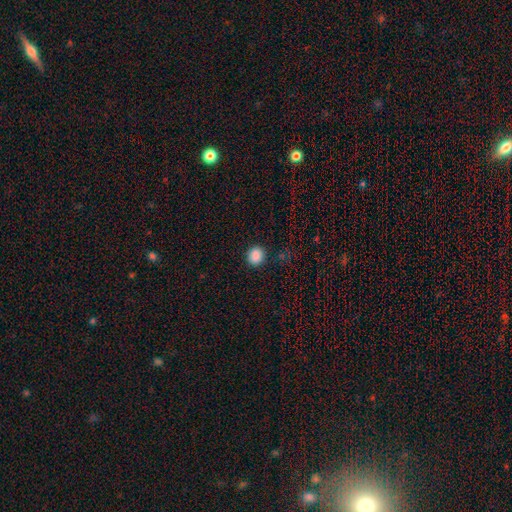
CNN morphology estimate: smooth_or_featured: smooth (p=0.87) [alt: star or artifact p=0.10]
how_rounded: round (p=0.82) [alt: in between p=0.18]
merging: none (p=0.90) [alt: minor disturbance p=0.06]